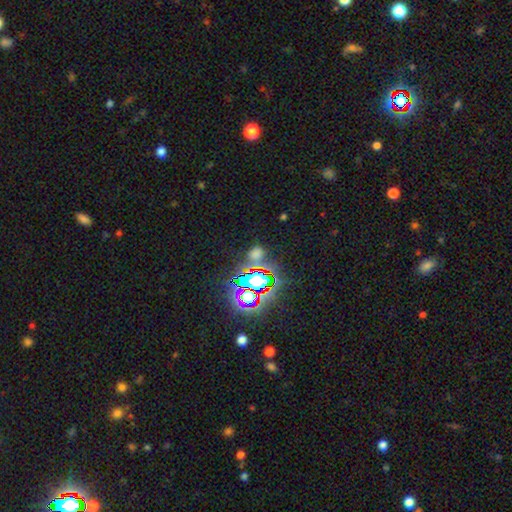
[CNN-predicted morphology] smooth_or_featured: star or artifact (p=0.73) [alt: smooth p=0.18]